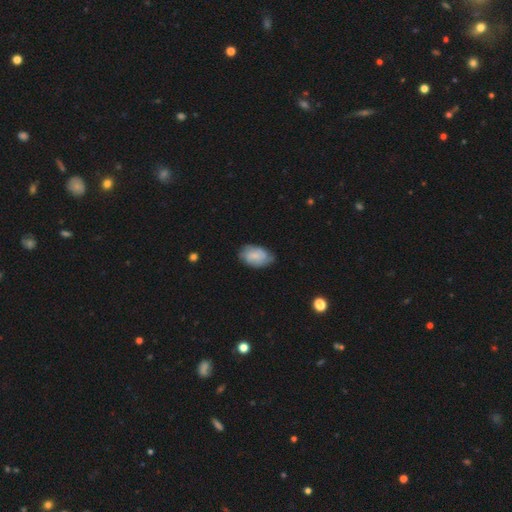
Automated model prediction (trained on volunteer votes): smooth_or_featured: smooth (p=0.63) [alt: featured or disk p=0.30]
how_rounded: in between (p=0.90) [alt: round p=0.08]
merging: none (p=0.62) [alt: minor disturbance p=0.30]